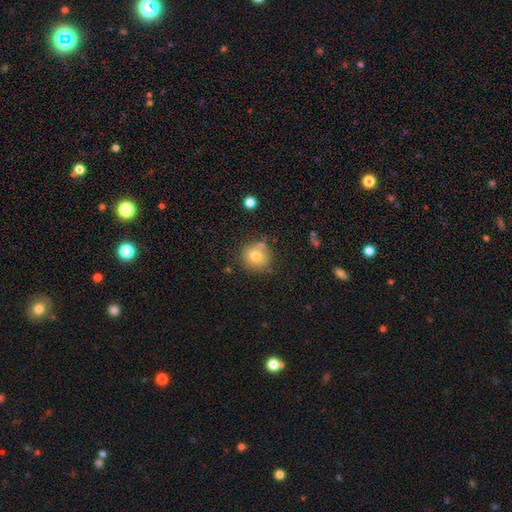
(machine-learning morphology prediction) Smooth or featured?
  - smooth: 75% *
  - featured or disk: 14%
  - star or artifact: 11%
How rounded?
  - round: 92% *
  - in between: 7%
  - cigar-shaped: 1%
Merging?
  - none: 73% *
  - minor disturbance: 14%
  - merger: 9%
  - major disturbance: 4%